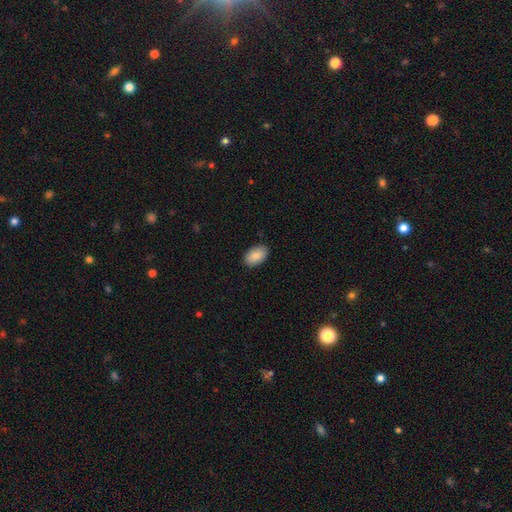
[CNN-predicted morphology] Overall: smooth (87%). How rounded: in between (94%). Merging: none (89%).